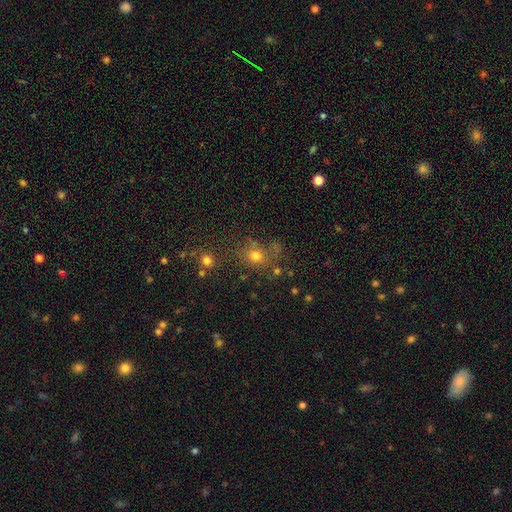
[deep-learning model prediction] A smooth galaxy with no disk features (70%) that is round (75%).

Vote fractions:
- Smooth or featured? smooth: 70% / star or artifact: 21% / featured or disk: 9%
- How rounded? round: 75% / in between: 24% / cigar-shaped: 1%
- Merging? none: 67% / minor disturbance: 14% / merger: 13% / major disturbance: 7%